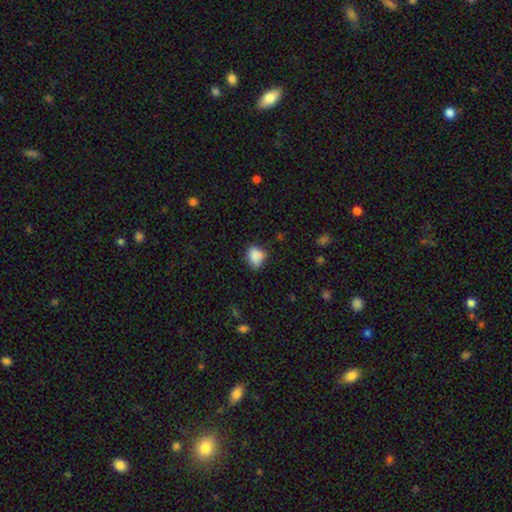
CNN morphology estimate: smooth 82%, star or artifact 10%, featured or disk 8%. Down the decision tree: how rounded — in between (64%); merging — none (52%).